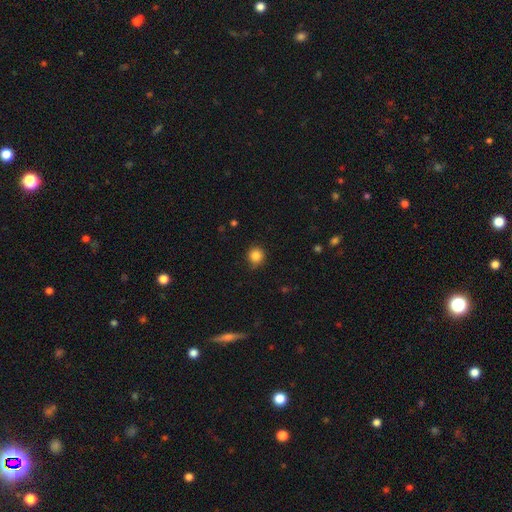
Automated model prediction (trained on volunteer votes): Smooth or featured?
  - smooth: 85% *
  - star or artifact: 11%
  - featured or disk: 4%
How rounded?
  - round: 92% *
  - in between: 7%
  - cigar-shaped: 1%
Merging?
  - none: 84% *
  - minor disturbance: 12%
  - major disturbance: 2%
  - merger: 1%